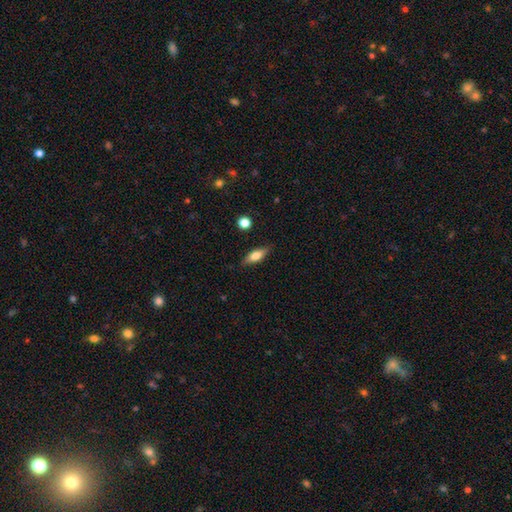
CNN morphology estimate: This is likely a smooth galaxy (65%). How rounded: possibly in between (58%). Merging: clearly none (84%).